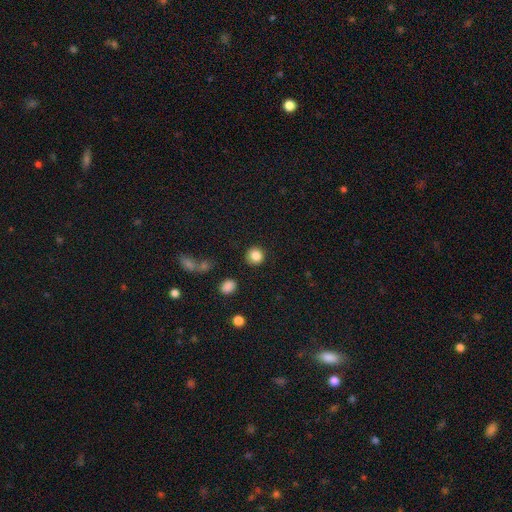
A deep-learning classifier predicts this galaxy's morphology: Smooth or featured? smooth (86%)
How rounded? round (90%)
Merging? none (88%)